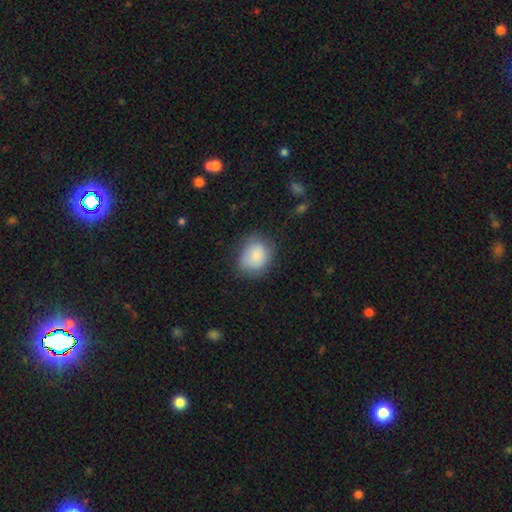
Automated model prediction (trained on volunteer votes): smooth 83%, featured or disk 9%, star or artifact 8%. Down the decision tree: how rounded — round (59%); merging — none (73%).